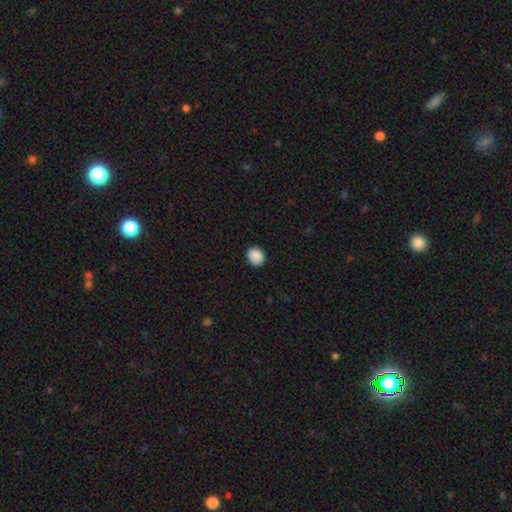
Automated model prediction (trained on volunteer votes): Morphology: type=smooth (89%); roundness=round (68%); merging=none (89%).